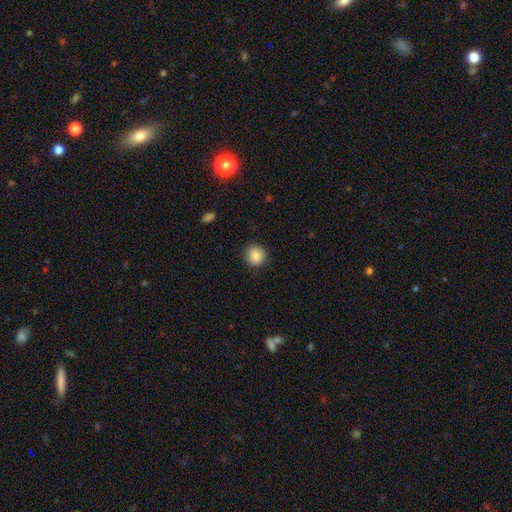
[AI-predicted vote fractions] smooth_or_featured: smooth (p=0.87) [alt: star or artifact p=0.09]
how_rounded: round (p=0.91) [alt: in between p=0.08]
merging: none (p=0.90) [alt: minor disturbance p=0.07]